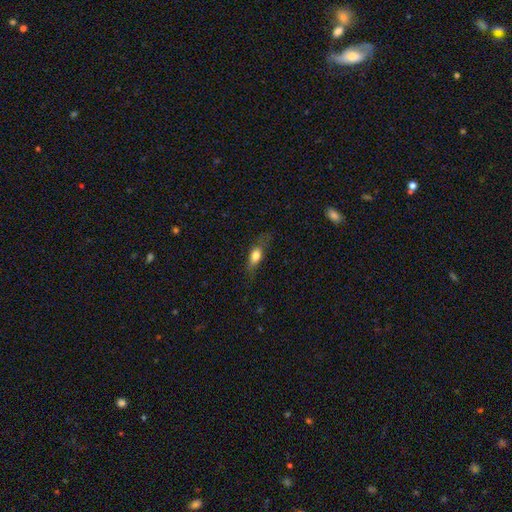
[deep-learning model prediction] A smooth galaxy with no disk features (69%) that is in between round and cigar-shaped (62%). Merging: none (59%).